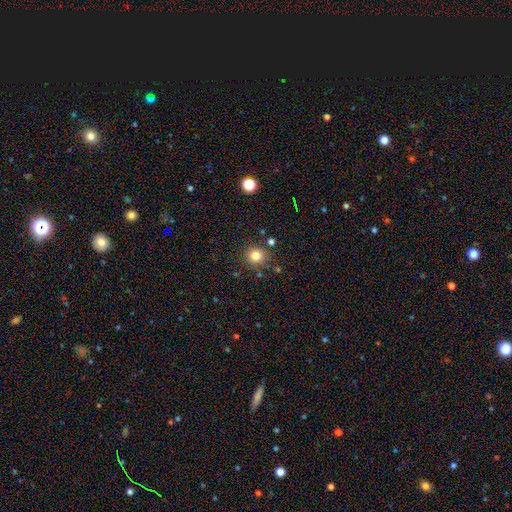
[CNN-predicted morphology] smooth 80%, star or artifact 13%, featured or disk 7%. Down the decision tree: how rounded — round (87%); merging — none (84%).